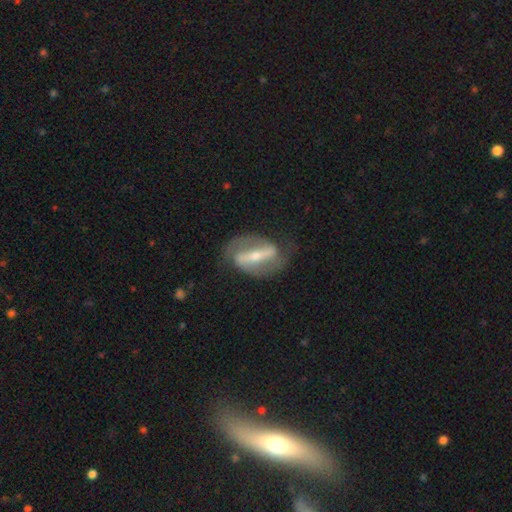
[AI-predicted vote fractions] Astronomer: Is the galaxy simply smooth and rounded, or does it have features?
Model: featured or disk — 86%.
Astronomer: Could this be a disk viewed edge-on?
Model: no — 90%.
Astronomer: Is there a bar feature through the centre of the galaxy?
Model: strong — 80%.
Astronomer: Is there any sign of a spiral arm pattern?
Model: yes — 85%.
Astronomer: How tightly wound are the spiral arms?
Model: medium — 47% (runner-up: tight, 27%).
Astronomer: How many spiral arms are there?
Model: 2 — 89%.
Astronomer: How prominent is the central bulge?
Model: small — 51% (runner-up: moderate, 42%).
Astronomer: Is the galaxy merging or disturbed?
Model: none — 74%.